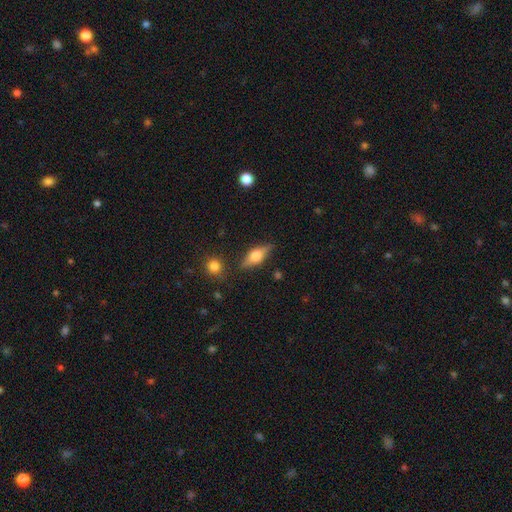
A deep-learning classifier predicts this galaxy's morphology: smooth-or-featured: featured or disk: 47% | smooth: 45% | star or artifact: 8%
  merging: none: 78% | minor disturbance: 15% | major disturbance: 4% | merger: 3%